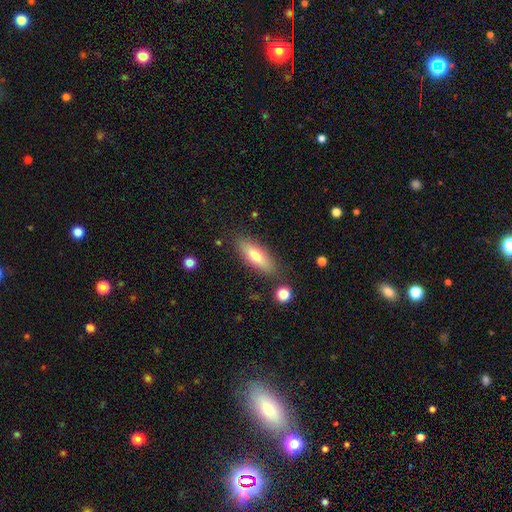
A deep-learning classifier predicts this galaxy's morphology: Q: Smooth or featured?
A: smooth (69%); runner-up: featured or disk (25%)
Q: How rounded?
A: in between (58%); runner-up: cigar-shaped (39%)
Q: Merging?
A: none (82%); runner-up: minor disturbance (12%)